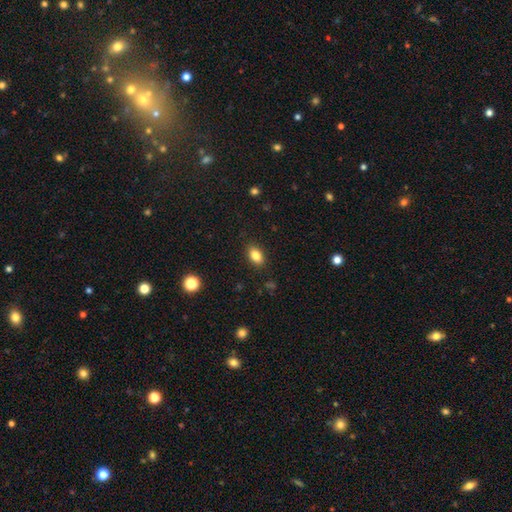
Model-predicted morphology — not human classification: Q: Smooth or featured?
A: smooth (83%); runner-up: star or artifact (9%)
Q: How rounded?
A: in between (85%); runner-up: round (13%)
Q: Merging?
A: none (87%); runner-up: minor disturbance (9%)